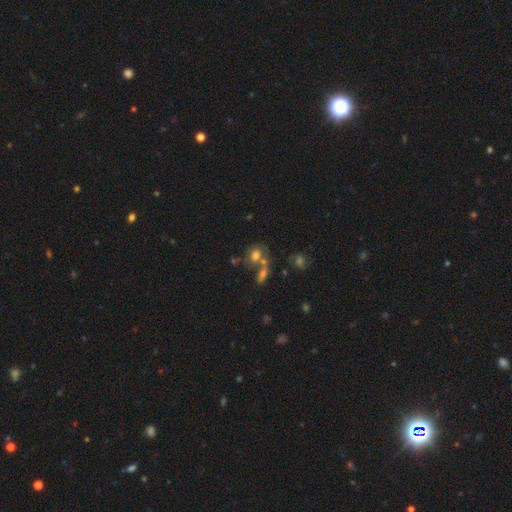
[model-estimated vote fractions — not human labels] Smooth or featured? smooth (60%)
How rounded? in between (59%)
Merging? merger (41%)